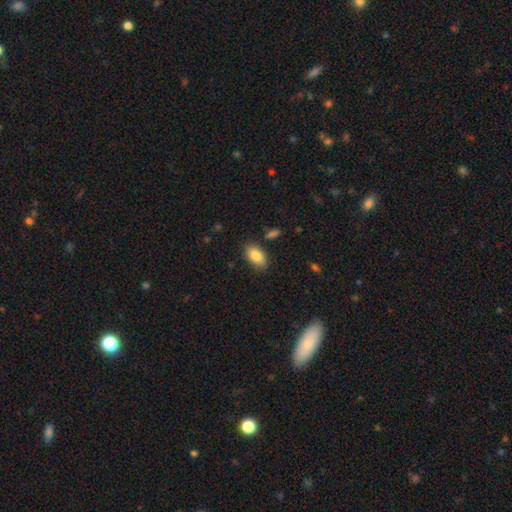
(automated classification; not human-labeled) This is clearly a smooth galaxy (85%). How rounded: clearly in between (93%). Merging: clearly none (83%).